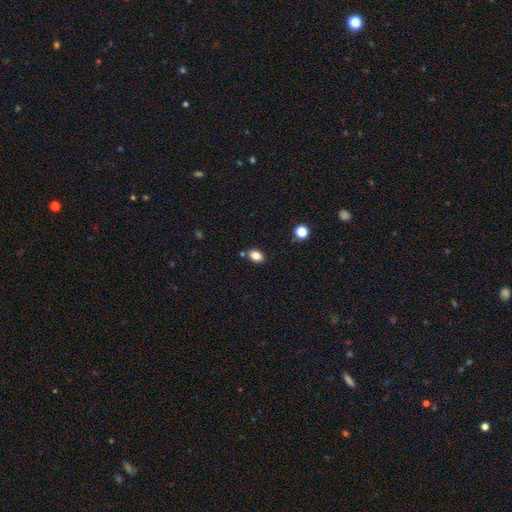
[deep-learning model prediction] Smooth or featured? smooth (83%)
How rounded? in between (79%)
Merging? none (79%)